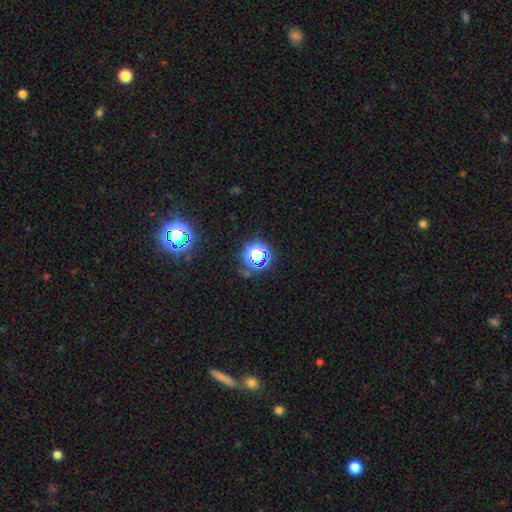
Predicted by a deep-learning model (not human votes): Smooth or featured? Predicted: star or artifact (p=0.59).